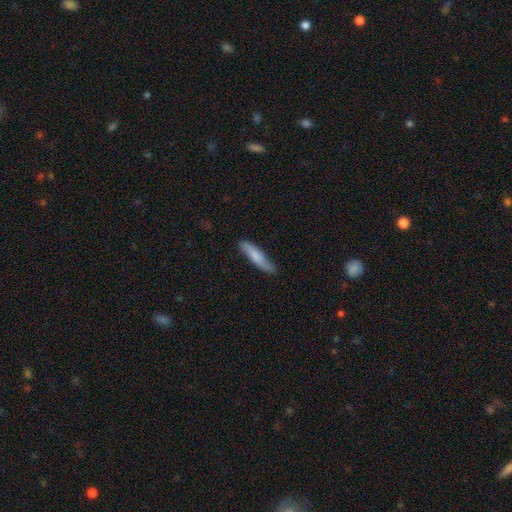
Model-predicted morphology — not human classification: Smooth or featured? smooth (69%)
How rounded? cigar-shaped (82%)
Merging? none (80%)